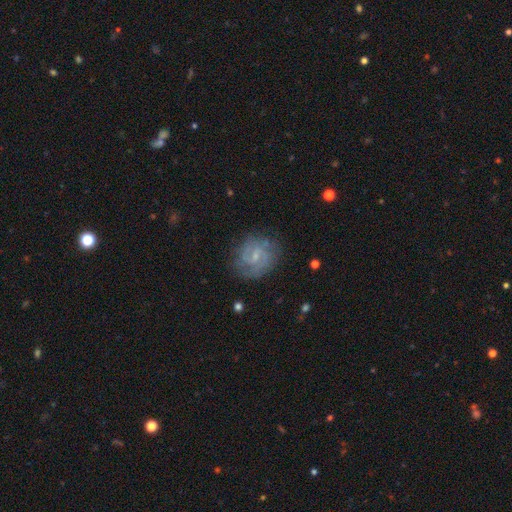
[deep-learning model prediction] smooth-or-featured: featured or disk: 75% | smooth: 18% | star or artifact: 7%
  disk-edge-on: no: 98% | yes: 2%
    bar: weak: 61% | no: 27% | strong: 12%
    has-spiral-arms: yes: 91% | no: 9%
      spiral-winding: medium: 44% | tight: 40% | loose: 16%
      spiral-arm-count: 2: 64% | can't tell: 20% | 3: 8% | 1: 3% | 4: 3% | more than 4: 2%
    bulge-size: small: 64% | moderate: 21% | none: 12% | large: 1% | dominant: 1%
  merging: none: 74% | minor disturbance: 17% | major disturbance: 7% | merger: 2%